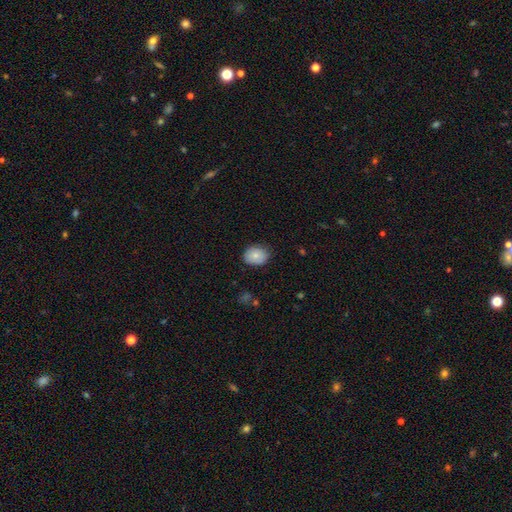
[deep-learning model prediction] smooth-or-featured: smooth: 79% | featured or disk: 13% | star or artifact: 8%
  how-rounded: in between: 53% | round: 46% | cigar-shaped: 1%
  merging: none: 78% | minor disturbance: 18% | major disturbance: 3% | merger: 1%